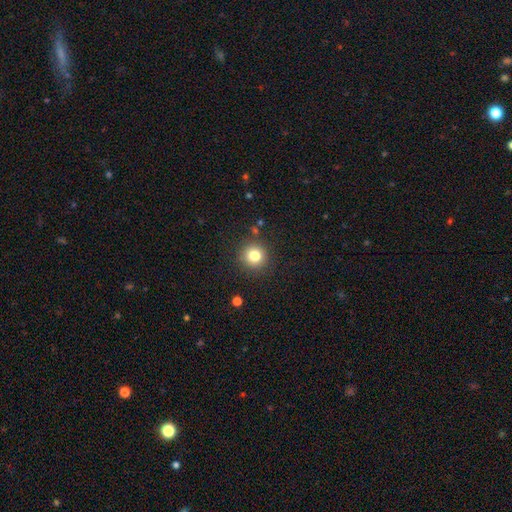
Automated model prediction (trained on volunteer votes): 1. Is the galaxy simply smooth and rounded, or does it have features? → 80% smooth, 12% star or artifact, 8% featured or disk.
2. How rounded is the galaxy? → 94% round, 5% in between, 1% cigar-shaped.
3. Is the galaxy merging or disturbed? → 88% none, 7% minor disturbance, 3% major disturbance, 2% merger.